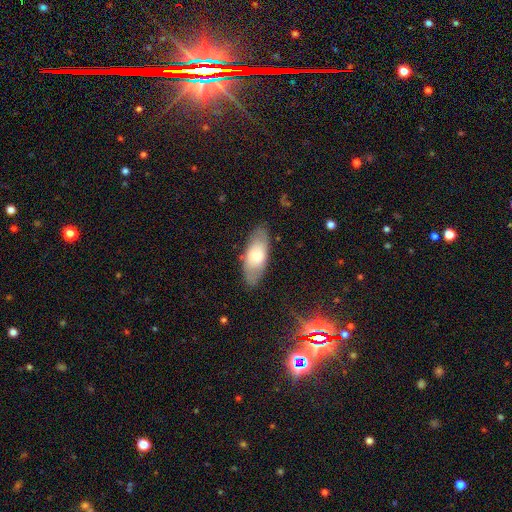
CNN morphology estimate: A smooth galaxy with no disk features (62%) that is in between round and cigar-shaped (83%). Merging: none (82%).